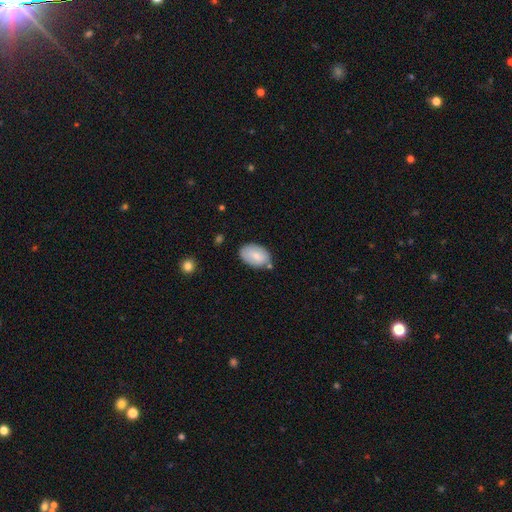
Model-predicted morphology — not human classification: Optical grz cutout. It shows a smooth galaxy with no disk features (76%) that is in between round and cigar-shaped (91%). Merging: none (72%).